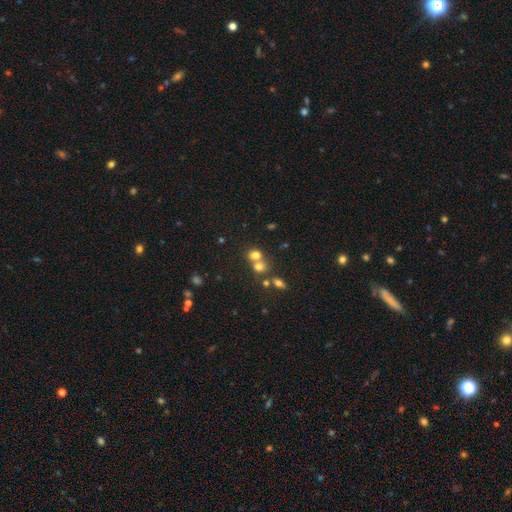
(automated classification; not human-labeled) Q: Smooth or featured?
A: smooth (72%); runner-up: star or artifact (16%)
Q: How rounded?
A: round (64%); runner-up: in between (34%)
Q: Merging?
A: merger (54%); runner-up: none (36%)